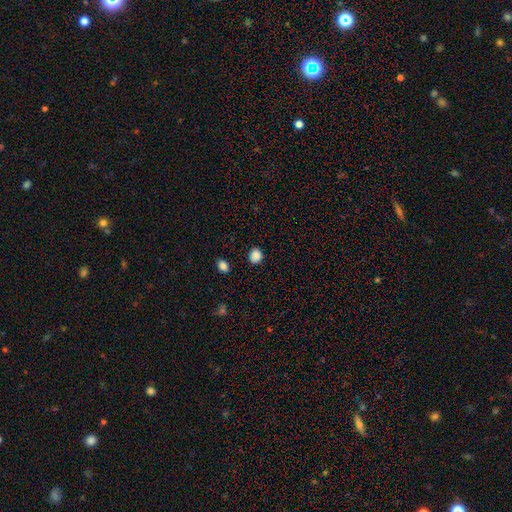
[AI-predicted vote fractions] Smooth or featured: smooth — 87% (star or artifact — 10%)
How rounded: round — 76% (in between — 23%)
Merging: none — 88% (minor disturbance — 8%)